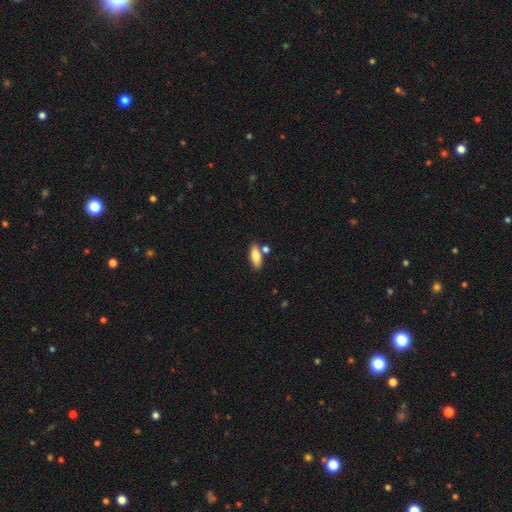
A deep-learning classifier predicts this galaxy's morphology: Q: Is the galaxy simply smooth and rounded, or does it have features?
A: smooth — 80%.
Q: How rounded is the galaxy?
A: in between — 77%.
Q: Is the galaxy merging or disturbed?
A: none — 73%.